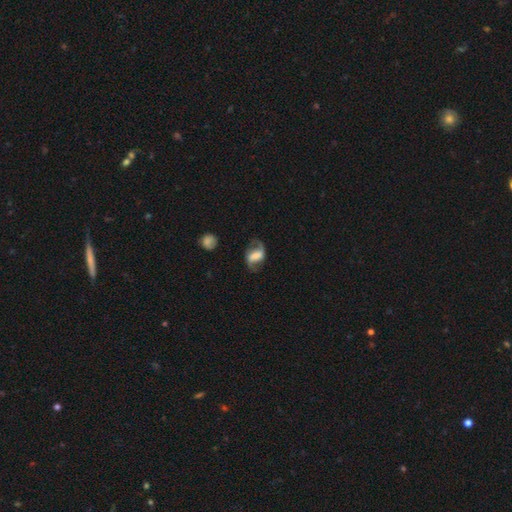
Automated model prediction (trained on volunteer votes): Smooth or featured: featured or disk — 71% (smooth — 22%)
Edge-on disk: no — 96% (yes — 4%)
Bar: strong — 42% (weak — 37%)
Spiral arms: yes — 90% (no — 10%)
Spiral winding: loose — 54% (medium — 36%)
Spiral arm count: 2 — 89% (1 — 4%)
Bulge size: moderate — 26% (none — 25%)
Merging: none — 69% (minor disturbance — 18%)